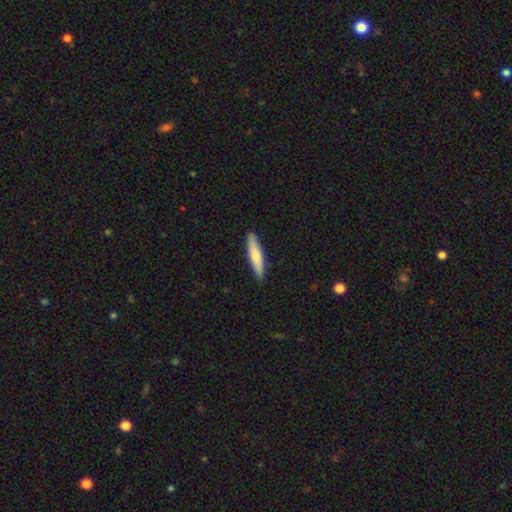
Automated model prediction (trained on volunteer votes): The model was most divided on "smooth or featured": smooth: 69%, featured or disk: 26%, star or artifact: 5%. More confident: merging — none (89%); how rounded — cigar-shaped (85%).